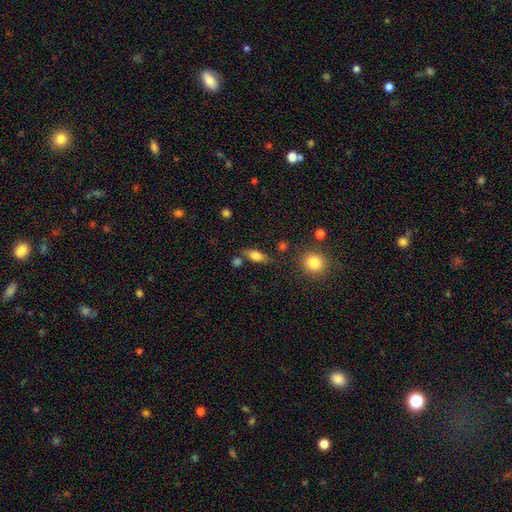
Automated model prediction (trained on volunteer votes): smooth 72%, featured or disk 20%, star or artifact 8%. Down the decision tree: how rounded — in between (78%); merging — none (73%).